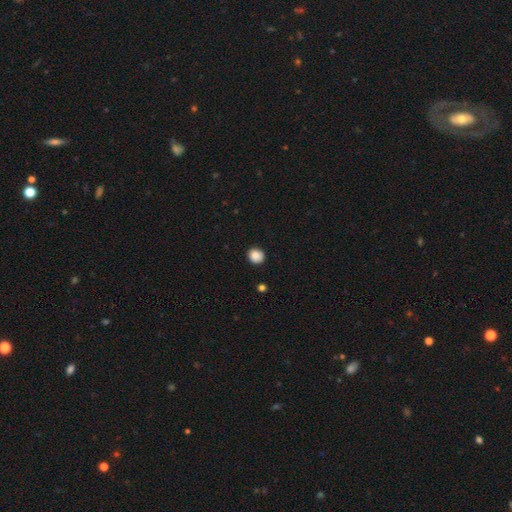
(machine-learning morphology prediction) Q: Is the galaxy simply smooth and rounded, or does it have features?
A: smooth — 88%.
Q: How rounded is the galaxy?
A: round — 83%.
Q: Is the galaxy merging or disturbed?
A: none — 89%.